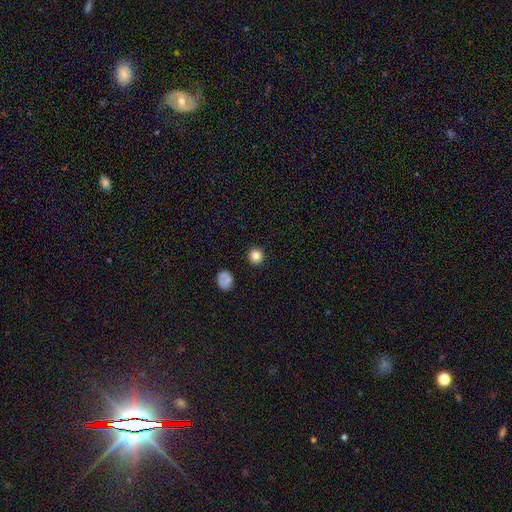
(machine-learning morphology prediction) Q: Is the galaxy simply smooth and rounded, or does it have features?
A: smooth — 82%.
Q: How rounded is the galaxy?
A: round — 95%.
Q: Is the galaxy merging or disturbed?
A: none — 92%.